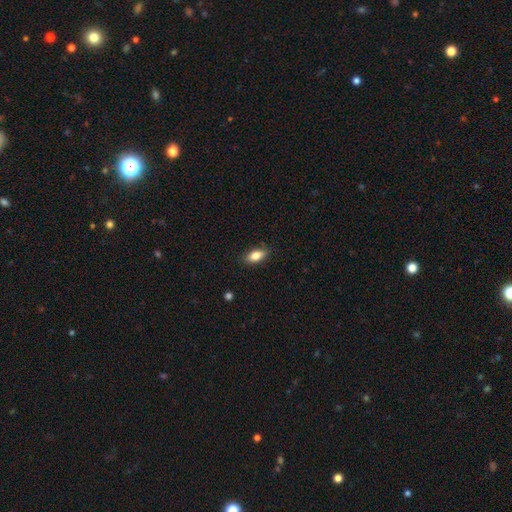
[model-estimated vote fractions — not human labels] Smooth or featured? Predicted: smooth (p=0.80). How rounded? Predicted: in between (p=0.85). Merging? Predicted: none (p=0.85).